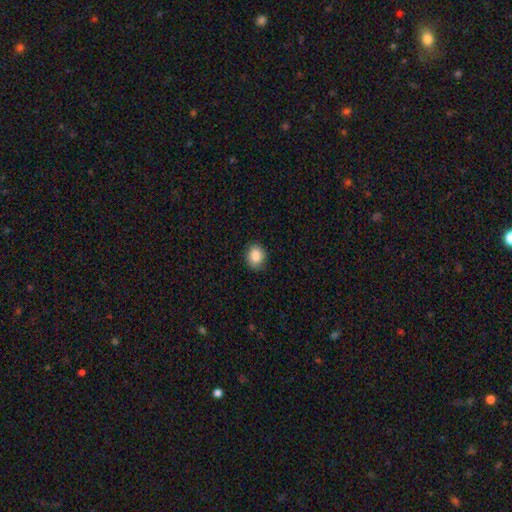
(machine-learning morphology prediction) Smooth or featured?
  - smooth: 87% *
  - star or artifact: 9%
  - featured or disk: 5%
How rounded?
  - round: 61% *
  - in between: 38%
  - cigar-shaped: 1%
Merging?
  - none: 85% *
  - minor disturbance: 11%
  - major disturbance: 2%
  - merger: 1%